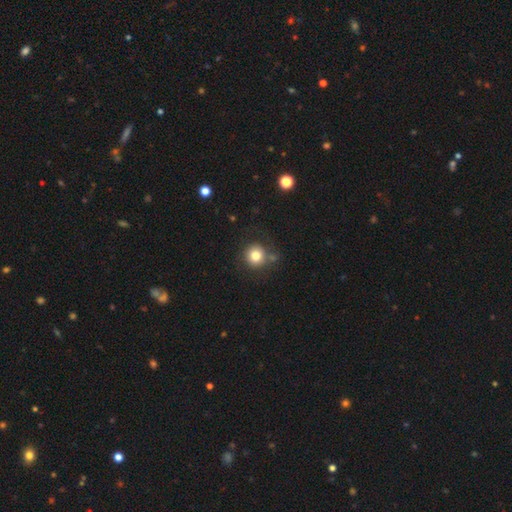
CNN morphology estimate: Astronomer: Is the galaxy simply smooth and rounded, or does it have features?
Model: smooth — 80%.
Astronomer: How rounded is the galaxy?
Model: round — 92%.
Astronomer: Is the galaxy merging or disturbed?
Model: none — 73%.